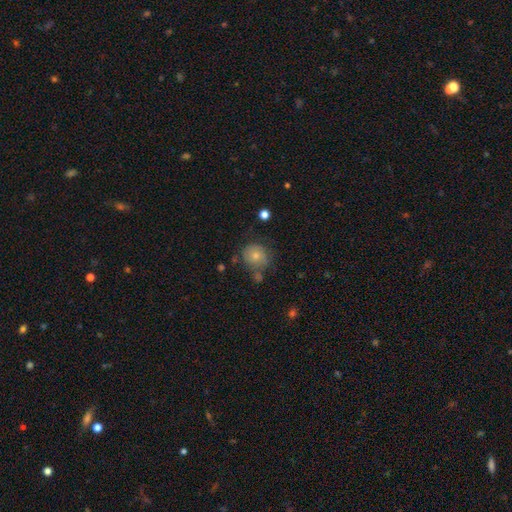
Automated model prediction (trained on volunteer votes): This is likely a smooth galaxy (74%). How rounded: clearly round (81%). Merging: likely none (62%).